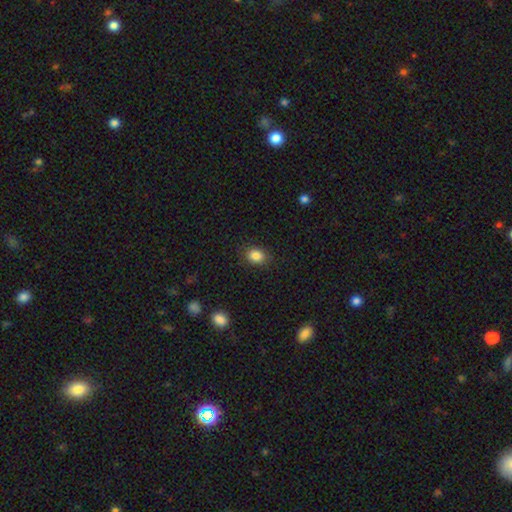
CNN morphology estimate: Overall: smooth (85%). How rounded: in between (59%; round 40%). Merging: none (86%).